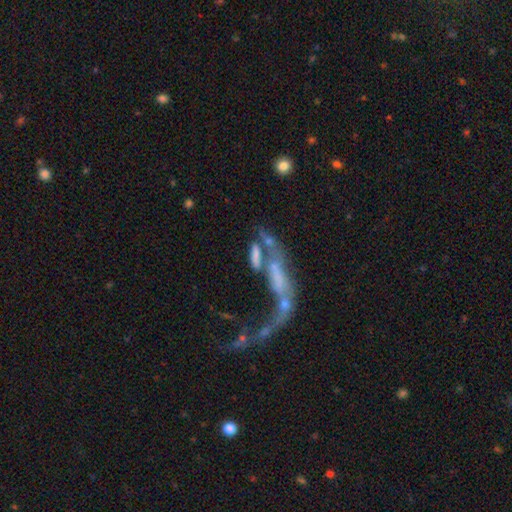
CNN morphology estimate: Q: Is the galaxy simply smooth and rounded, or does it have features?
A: smooth — 57%.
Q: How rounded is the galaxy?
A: cigar-shaped — 52%.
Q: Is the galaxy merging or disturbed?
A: merger — 59%.